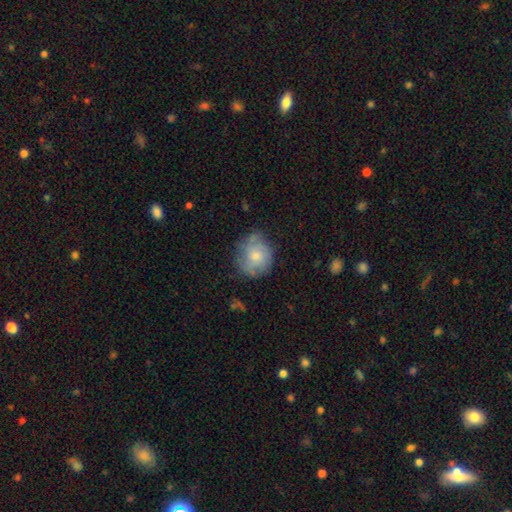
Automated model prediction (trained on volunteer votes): A smooth galaxy with no disk features (56%) that is round (81%). Merging: none (64%).